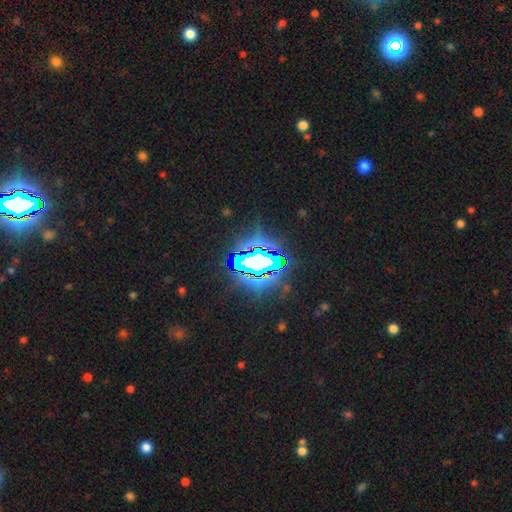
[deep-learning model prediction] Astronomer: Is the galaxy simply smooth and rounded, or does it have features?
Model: star or artifact — 73%.